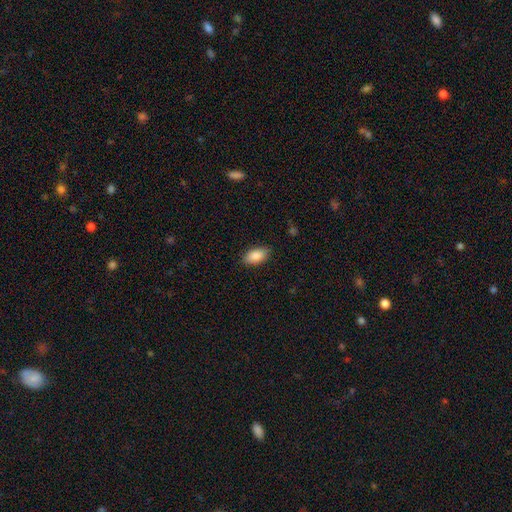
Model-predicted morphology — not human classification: Overall: smooth (88%). How rounded: in between (92%). Merging: none (86%).